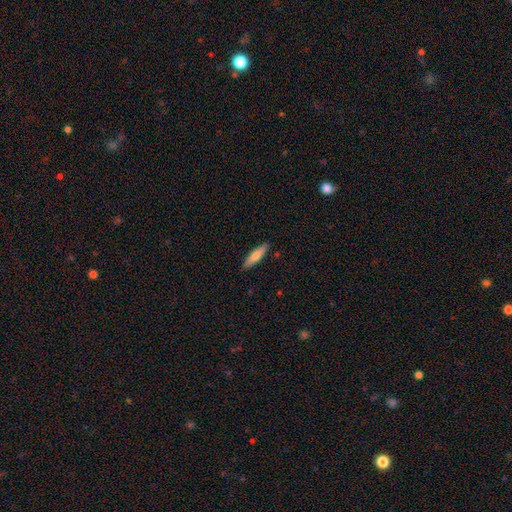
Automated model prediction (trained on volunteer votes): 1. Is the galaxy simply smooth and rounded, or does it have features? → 75% smooth, 19% featured or disk, 5% star or artifact.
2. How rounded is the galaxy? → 70% cigar-shaped, 29% in between, 2% round.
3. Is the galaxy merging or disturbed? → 88% none, 9% minor disturbance, 2% major disturbance, 1% merger.